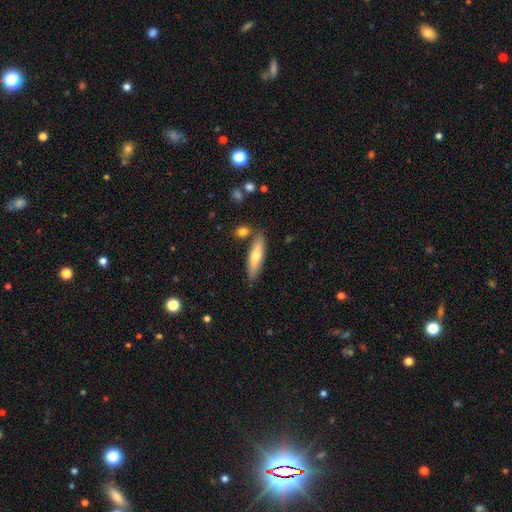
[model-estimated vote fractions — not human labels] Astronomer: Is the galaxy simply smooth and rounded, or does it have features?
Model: smooth — 62%.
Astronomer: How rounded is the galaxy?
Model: cigar-shaped — 67%.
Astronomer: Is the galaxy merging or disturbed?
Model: none — 81%.